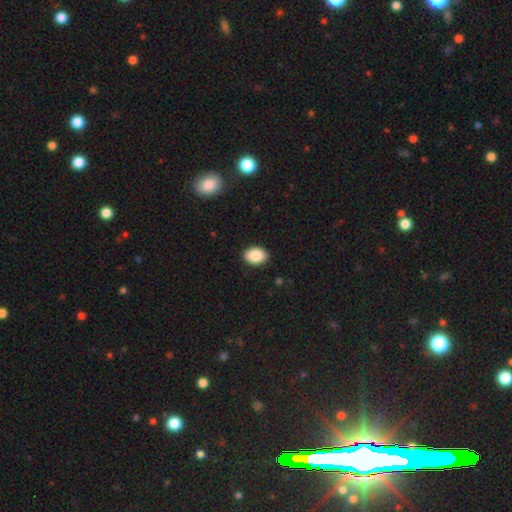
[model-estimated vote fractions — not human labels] smooth_or_featured: smooth (p=0.87) [alt: star or artifact p=0.08]
how_rounded: in between (p=0.79) [alt: round p=0.20]
merging: none (p=0.90) [alt: minor disturbance p=0.07]